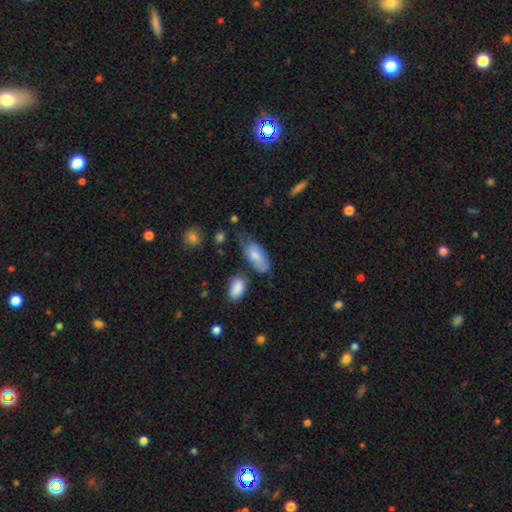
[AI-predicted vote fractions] The model was most divided on "merging": none: 43%, minor disturbance: 34%, major disturbance: 15%, merger: 8%. More confident: how rounded — in between (91%); smooth or featured — smooth (75%).